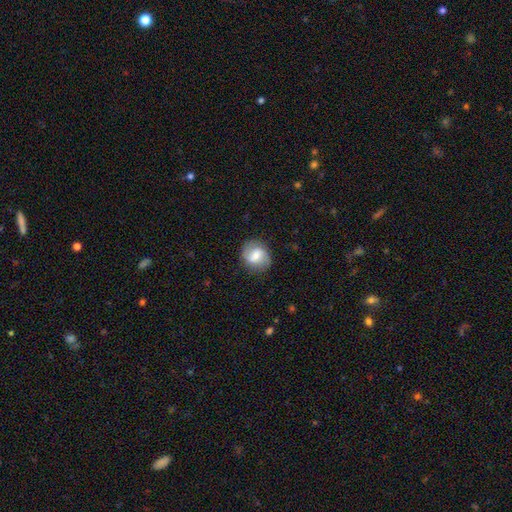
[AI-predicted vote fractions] Smooth or featured? Predicted: featured or disk (p=0.49). Merging? Predicted: none (p=0.82).